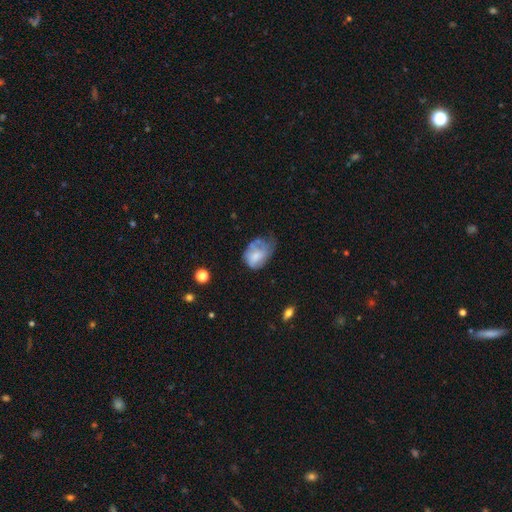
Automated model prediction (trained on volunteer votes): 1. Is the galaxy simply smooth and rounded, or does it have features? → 60% smooth, 32% featured or disk, 9% star or artifact.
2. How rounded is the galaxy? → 74% in between, 25% round, 1% cigar-shaped.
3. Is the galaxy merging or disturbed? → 38% minor disturbance, 32% major disturbance, 25% none, 5% merger.